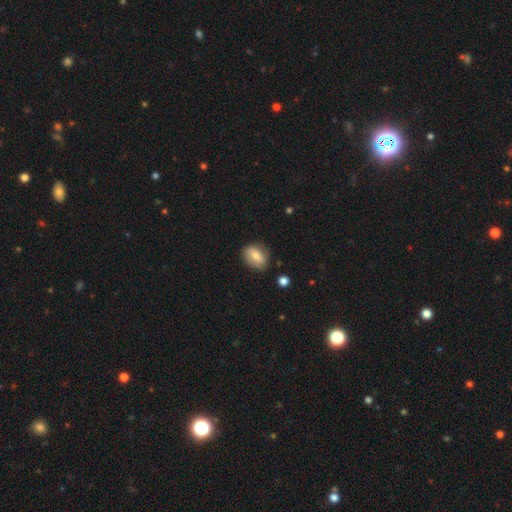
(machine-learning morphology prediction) Smooth or featured? Predicted: smooth (p=0.60). How rounded? Predicted: in between (p=0.66). Merging? Predicted: none (p=0.77).